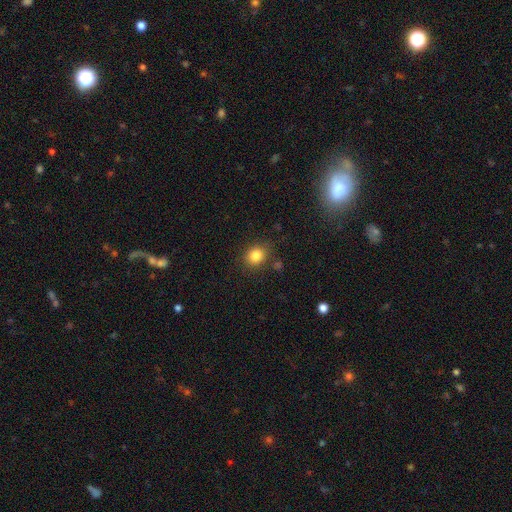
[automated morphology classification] This is clearly a smooth galaxy (83%). How rounded: likely round (65%). Merging: clearly none (82%).